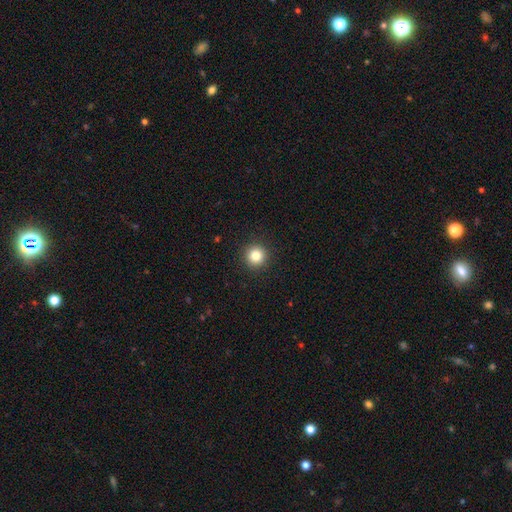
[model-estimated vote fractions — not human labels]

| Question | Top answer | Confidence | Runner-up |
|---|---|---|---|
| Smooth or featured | smooth | 84% | star or artifact (11%) |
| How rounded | round | 95% | in between (4%) |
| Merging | none | 93% | minor disturbance (5%) |